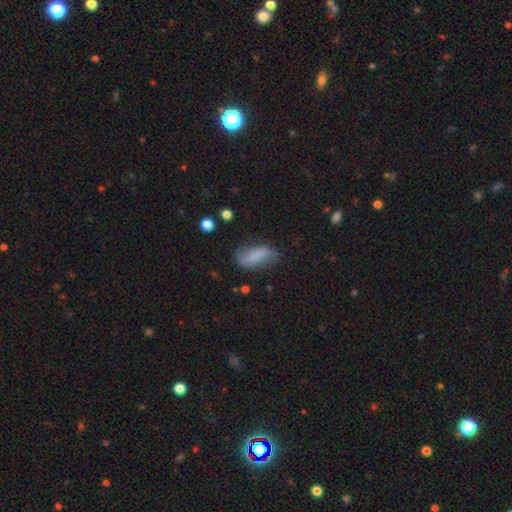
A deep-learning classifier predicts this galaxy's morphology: smooth-or-featured: smooth: 64% | featured or disk: 27% | star or artifact: 9%
  how-rounded: in between: 78% | cigar-shaped: 18% | round: 4%
  merging: none: 64% | minor disturbance: 25% | major disturbance: 9% | merger: 3%